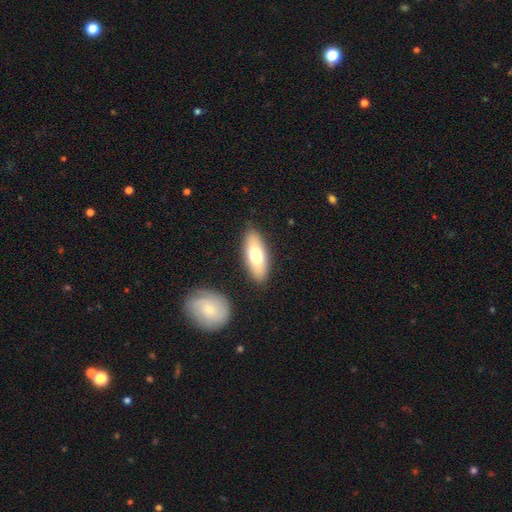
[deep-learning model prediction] Smooth or featured? Predicted: smooth (p=0.70). How rounded? Predicted: in between (p=0.75). Merging? Predicted: none (p=0.85).